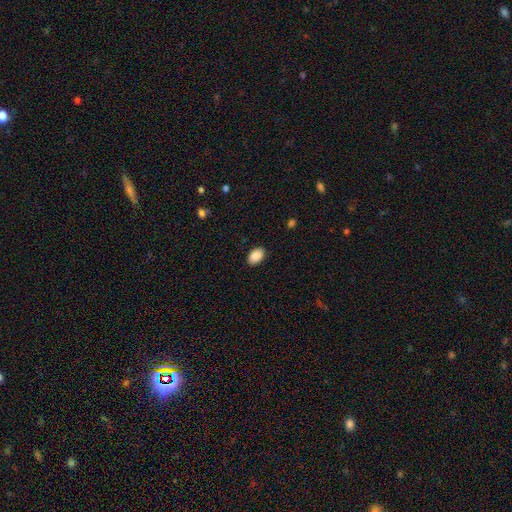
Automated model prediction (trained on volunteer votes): This appears to be a smooth galaxy with no disk features (90%) that is in between round and cigar-shaped (88%). Merging: none (88%).